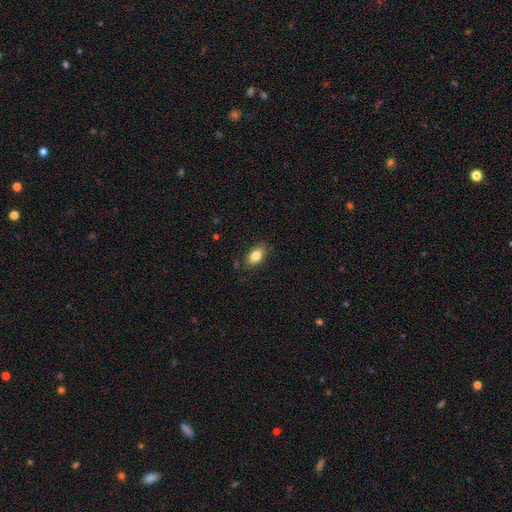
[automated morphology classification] The model was most divided on "merging": none: 83%, minor disturbance: 12%, major disturbance: 3%, merger: 2%. More confident: how rounded — in between (89%); smooth or featured — smooth (84%).